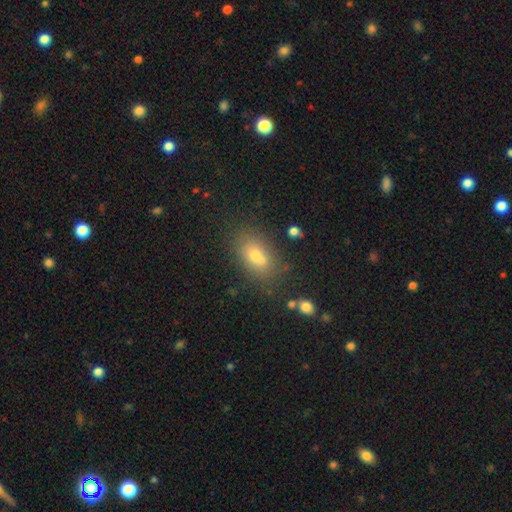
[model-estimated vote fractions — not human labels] This appears to be a smooth galaxy with no disk features (70%) that is in between round and cigar-shaped (80%). Merging: none (59%).